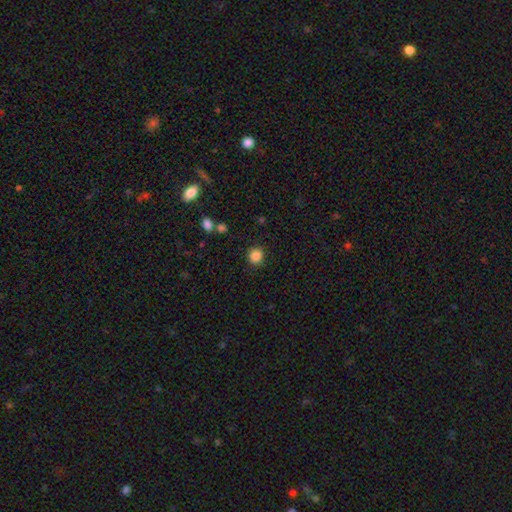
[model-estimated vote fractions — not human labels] Overall: smooth (86%). How rounded: round (88%). Merging: none (89%).